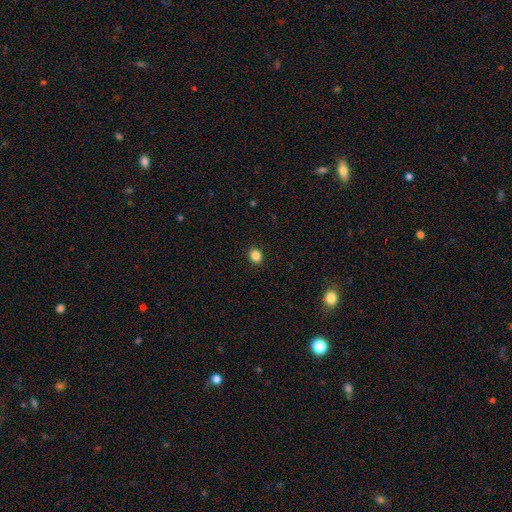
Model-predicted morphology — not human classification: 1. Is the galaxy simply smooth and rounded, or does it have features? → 86% smooth, 11% star or artifact, 4% featured or disk.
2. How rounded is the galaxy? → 57% round, 42% in between, 1% cigar-shaped.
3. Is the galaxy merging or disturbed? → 91% none, 6% minor disturbance, 2% major disturbance, 1% merger.